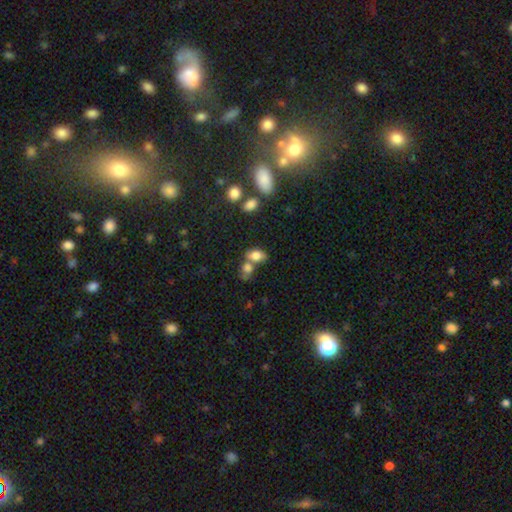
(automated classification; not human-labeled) This appears to be a smooth galaxy with no disk features (79%) that is in between round and cigar-shaped (84%). Merging: none (45%).